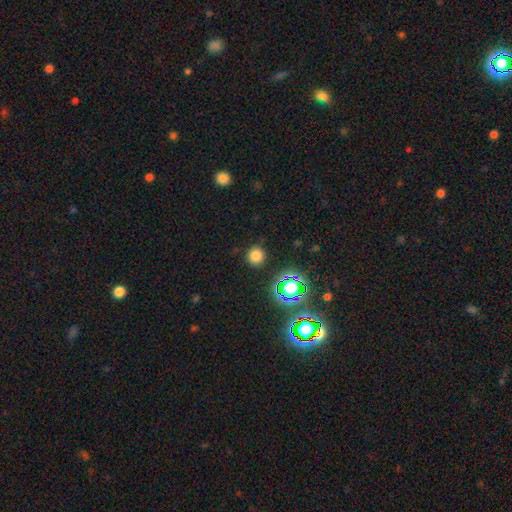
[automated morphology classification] Smooth or featured? Predicted: smooth (p=0.75). How rounded? Predicted: round (p=0.92). Merging? Predicted: none (p=0.89).